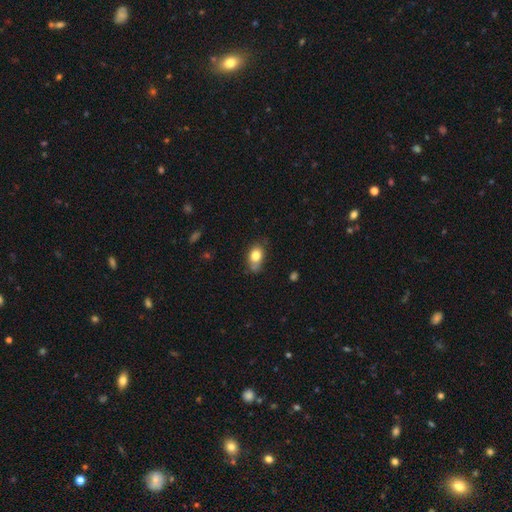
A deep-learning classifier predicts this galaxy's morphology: type=smooth (79%); roundness=in between (77%); merging=none (54%).